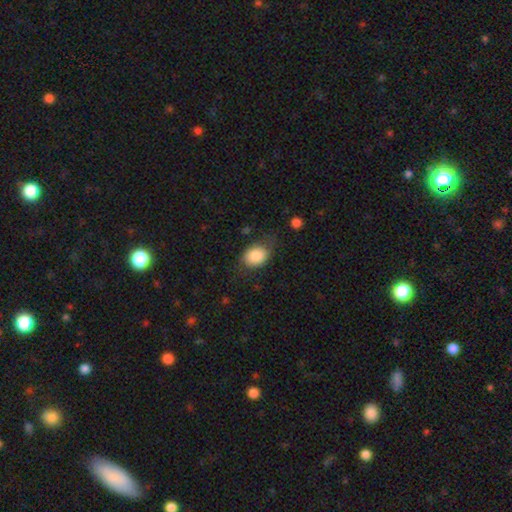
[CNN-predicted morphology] Overall: smooth (84%). How rounded: in between (65%; round 34%). Merging: none (62%; minor disturbance 26%).